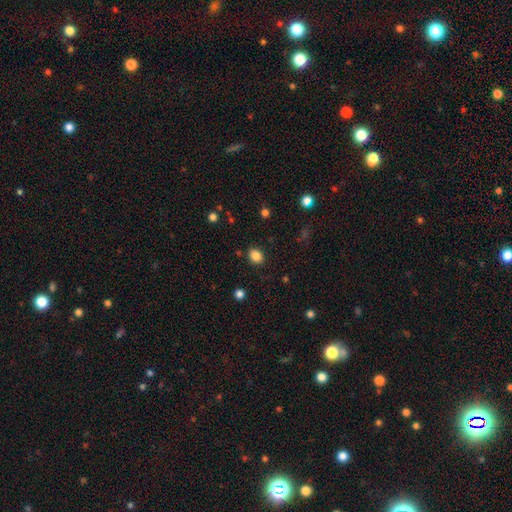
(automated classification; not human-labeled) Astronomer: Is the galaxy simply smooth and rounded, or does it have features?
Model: smooth — 86%.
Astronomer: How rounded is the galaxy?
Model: in between — 56% (runner-up: round, 43%).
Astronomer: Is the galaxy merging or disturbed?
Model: none — 86%.